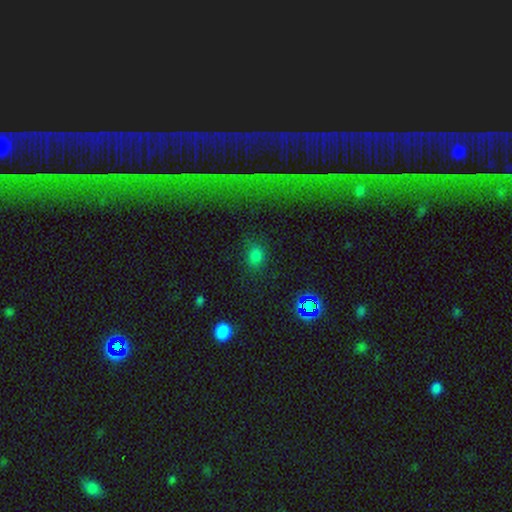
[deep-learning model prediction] Morphology: type=smooth (71%); roundness=round (66%); merging=none (74%).